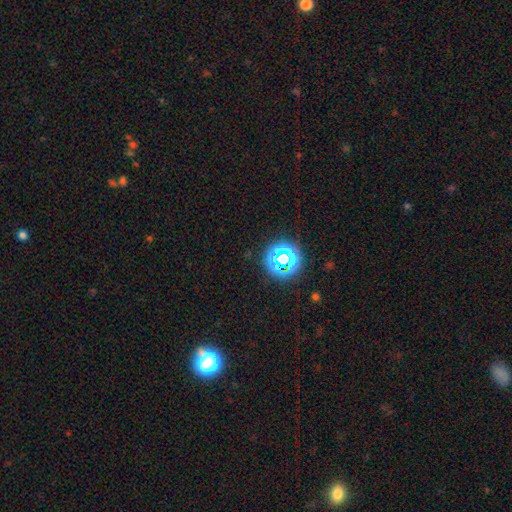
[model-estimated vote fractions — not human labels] smooth-or-featured: star or artifact: 59% | smooth: 33% | featured or disk: 8%